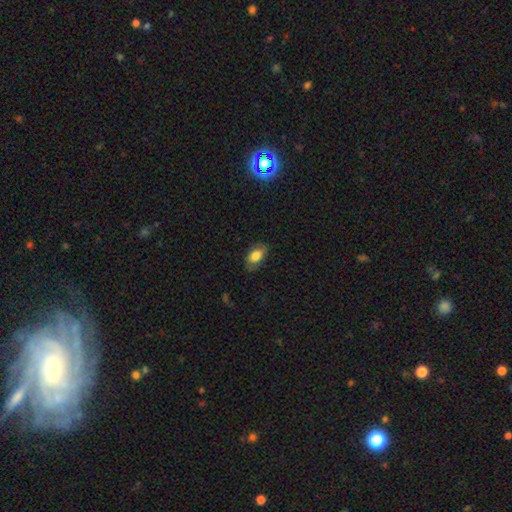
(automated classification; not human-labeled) smooth_or_featured: smooth (p=0.75) [alt: featured or disk p=0.18]
how_rounded: in between (p=0.91) [alt: round p=0.06]
merging: none (p=0.77) [alt: minor disturbance p=0.17]